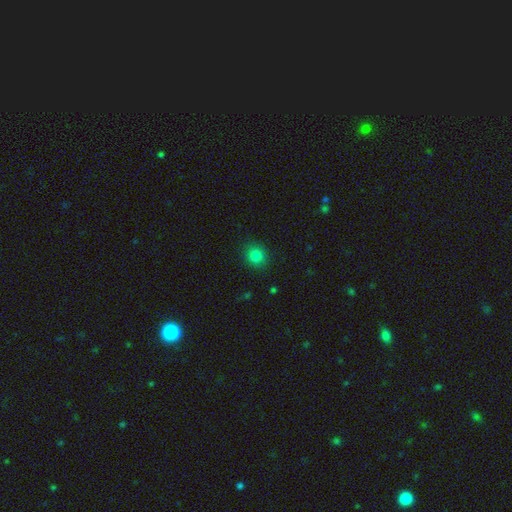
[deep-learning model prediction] Smooth or featured: smooth — 83% (star or artifact — 13%)
How rounded: round — 83% (in between — 16%)
Merging: none — 89% (minor disturbance — 8%)